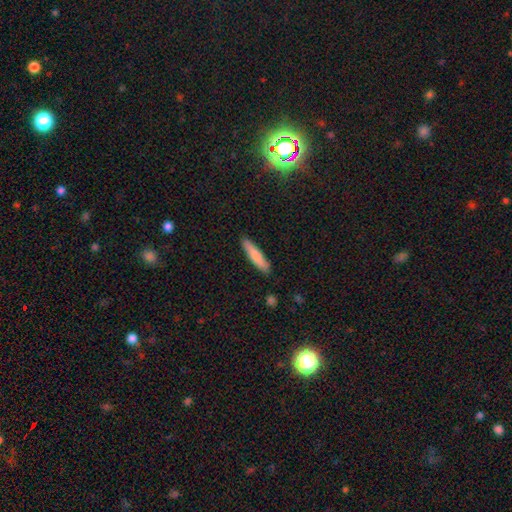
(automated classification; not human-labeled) smooth_or_featured: smooth (p=0.78) [alt: featured or disk p=0.17]
how_rounded: cigar-shaped (p=0.86) [alt: in between p=0.13]
merging: none (p=0.88) [alt: minor disturbance p=0.09]